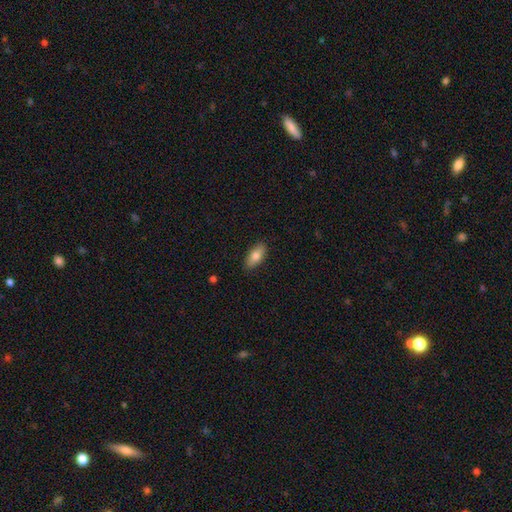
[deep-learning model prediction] Smooth or featured? smooth (78%)
How rounded? in between (85%)
Merging? none (88%)